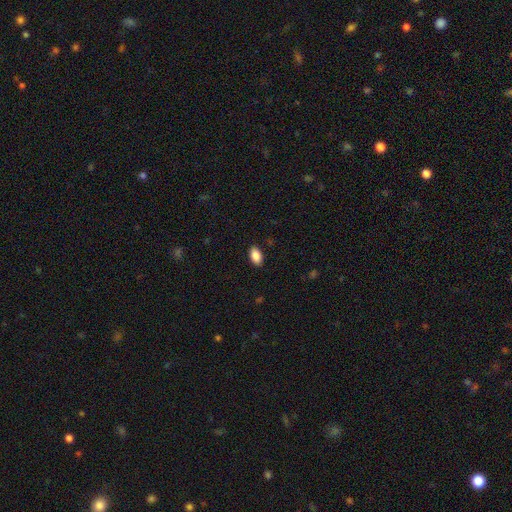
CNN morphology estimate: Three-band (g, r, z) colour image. It shows a smooth galaxy with no disk features (88%) that is in between round and cigar-shaped (93%). Merging: none (89%).